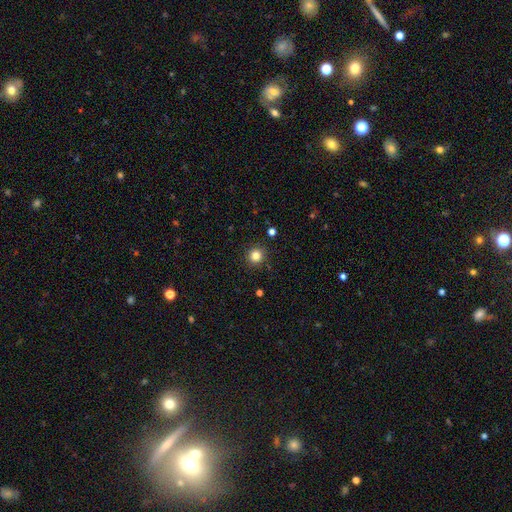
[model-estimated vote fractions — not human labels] Smooth or featured?
  - smooth: 83% *
  - star or artifact: 12%
  - featured or disk: 5%
How rounded?
  - round: 93% *
  - in between: 6%
  - cigar-shaped: 1%
Merging?
  - none: 91% *
  - minor disturbance: 6%
  - major disturbance: 2%
  - merger: 1%